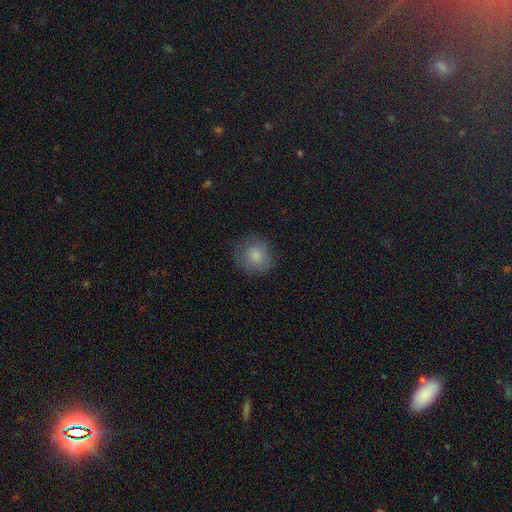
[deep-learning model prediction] This is clearly a smooth galaxy (80%). How rounded: clearly round (82%). Merging: likely none (72%).